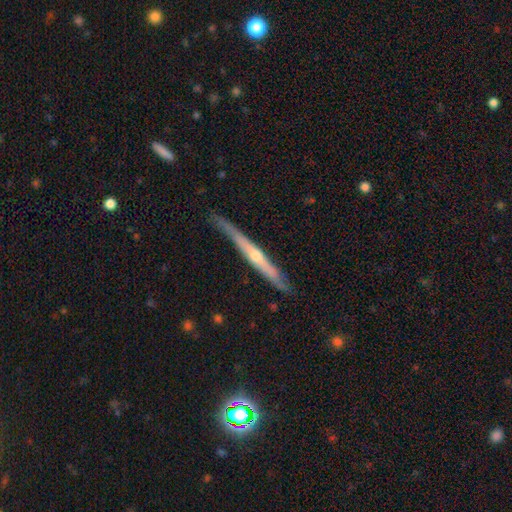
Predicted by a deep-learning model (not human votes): smooth-or-featured: featured or disk: 70% | smooth: 24% | star or artifact: 5%
  disk-edge-on: yes: 95% | no: 5%
    edge-on-bulge: rounded: 69% | none: 27% | boxy: 3%
  merging: none: 82% | minor disturbance: 14% | major disturbance: 2% | merger: 2%